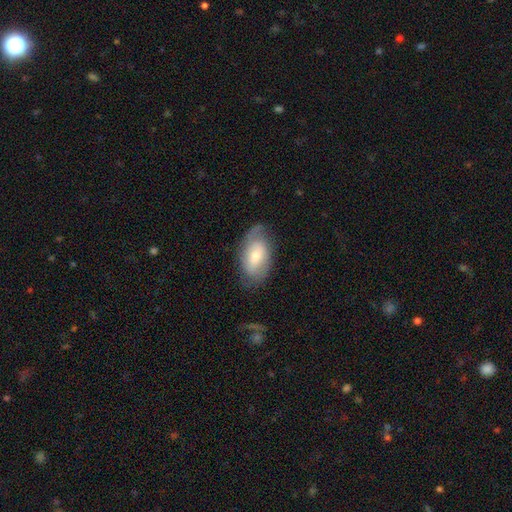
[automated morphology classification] Smooth or featured? Predicted: smooth (p=0.49). Merging? Predicted: none (p=0.68).